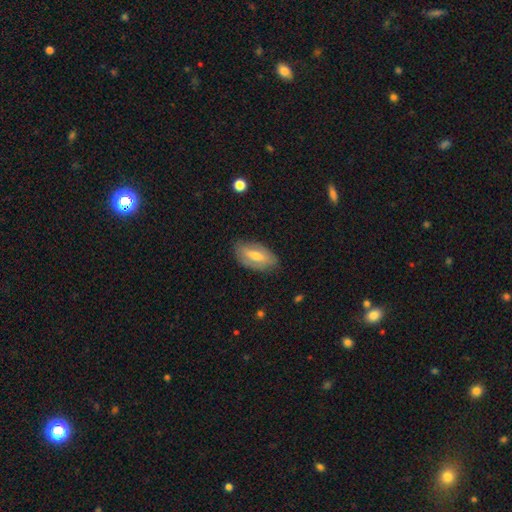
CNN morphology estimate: A smooth galaxy with no disk features (55%) that is in between round and cigar-shaped (90%).

Vote fractions:
- Smooth or featured? smooth: 55% / featured or disk: 38% / star or artifact: 6%
- How rounded? in between: 90% / cigar-shaped: 6% / round: 4%
- Merging? none: 79% / minor disturbance: 17% / major disturbance: 4% / merger: 1%